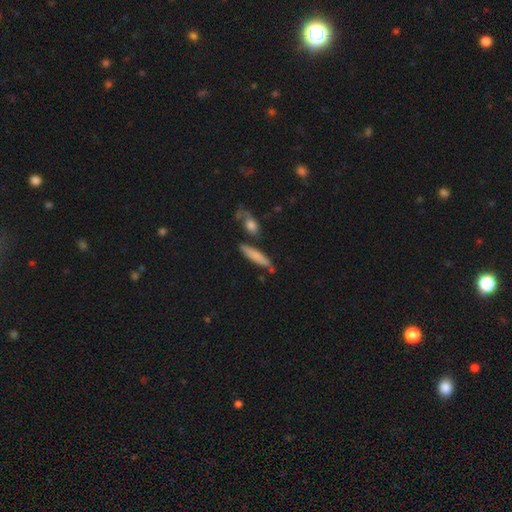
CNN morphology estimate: Smooth or featured?
  - smooth: 75% *
  - featured or disk: 18%
  - star or artifact: 6%
How rounded?
  - cigar-shaped: 78% *
  - in between: 20%
  - round: 2%
Merging?
  - none: 72% *
  - minor disturbance: 15%
  - merger: 10%
  - major disturbance: 4%